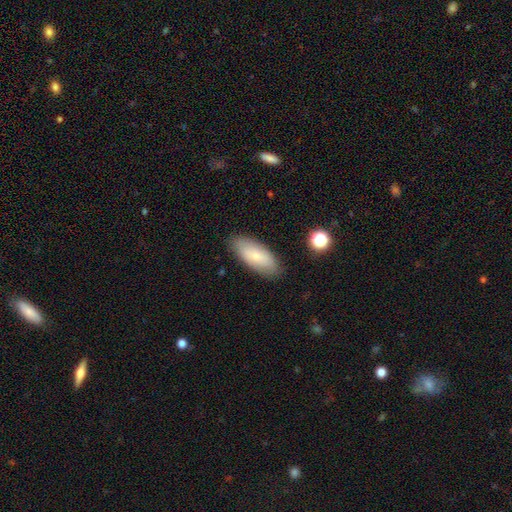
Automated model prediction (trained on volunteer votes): Smooth or featured?
  - smooth: 74% *
  - featured or disk: 19%
  - star or artifact: 7%
How rounded?
  - in between: 84% *
  - cigar-shaped: 14%
  - round: 2%
Merging?
  - none: 85% *
  - minor disturbance: 12%
  - major disturbance: 3%
  - merger: 1%